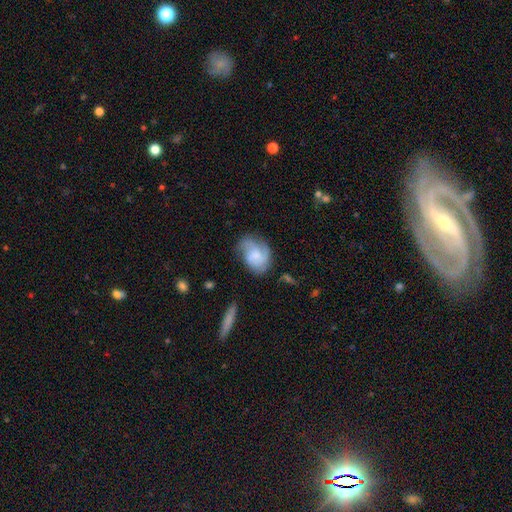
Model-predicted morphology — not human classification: smooth-or-featured: featured or disk: 53% | smooth: 39% | star or artifact: 8%
  disk-edge-on: no: 97% | yes: 3%
    bar: no: 65% | weak: 30% | strong: 5%
    has-spiral-arms: yes: 86% | no: 14%
    bulge-size: small: 34% | none: 28% | moderate: 27% | large: 8% | dominant: 2%
  merging: none: 53% | minor disturbance: 28% | major disturbance: 16% | merger: 3%